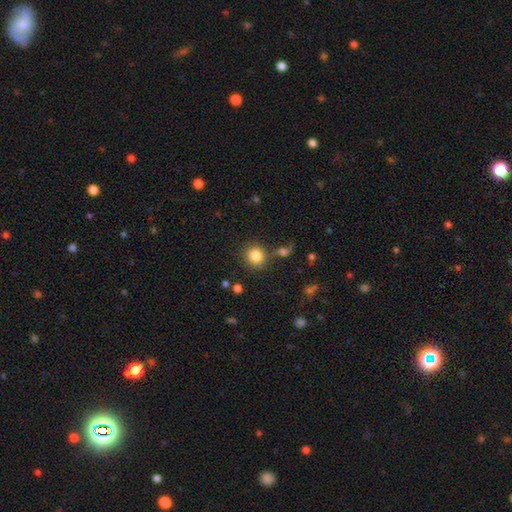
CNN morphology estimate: Smooth or featured?
  - smooth: 83% *
  - star or artifact: 10%
  - featured or disk: 6%
How rounded?
  - round: 85% *
  - in between: 14%
  - cigar-shaped: 1%
Merging?
  - none: 78% *
  - minor disturbance: 10%
  - merger: 8%
  - major disturbance: 4%